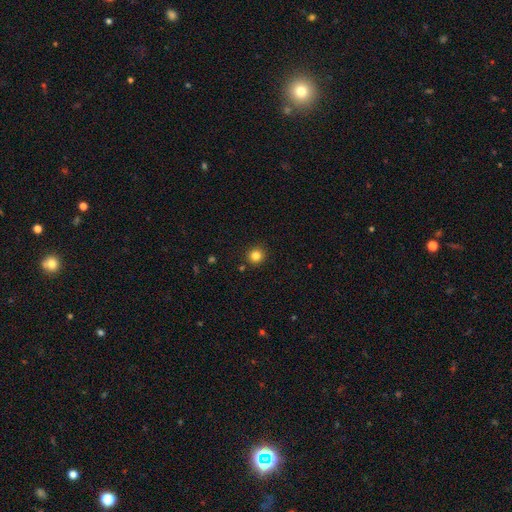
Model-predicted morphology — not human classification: Smooth or featured? smooth (83%)
How rounded? round (93%)
Merging? none (91%)